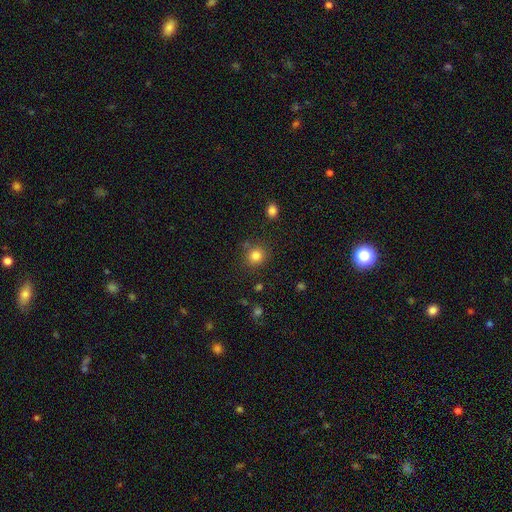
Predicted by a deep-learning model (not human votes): A smooth galaxy with no disk features (82%) that is round (87%). Merging: none (82%).